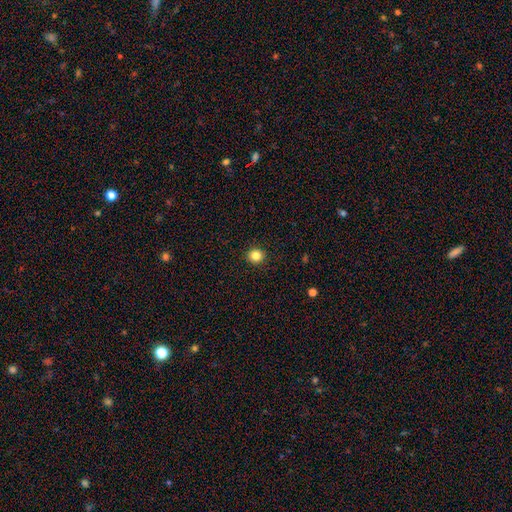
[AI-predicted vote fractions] This appears to be a smooth galaxy with no disk features (83%) that is round (91%). Merging: none (93%).